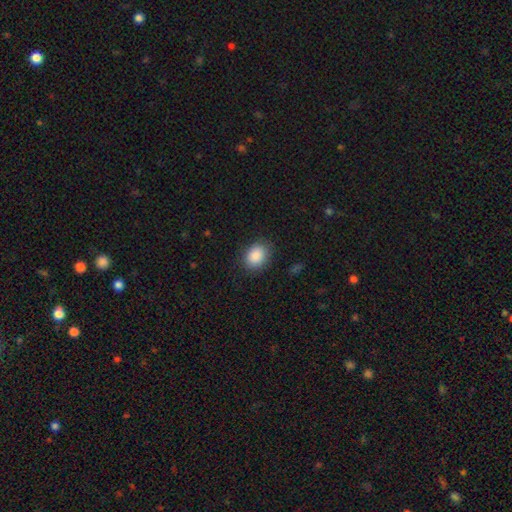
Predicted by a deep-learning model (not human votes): Overall: smooth (89%). How rounded: in between (59%; round 40%). Merging: none (84%).